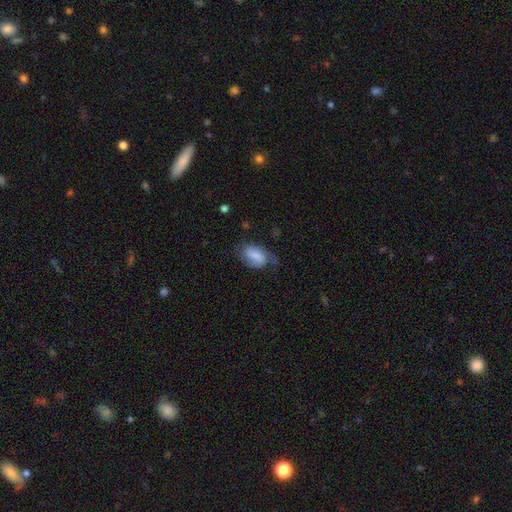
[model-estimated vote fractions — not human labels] This appears to be a smooth galaxy with no disk features (49%). Merging: none (45%).